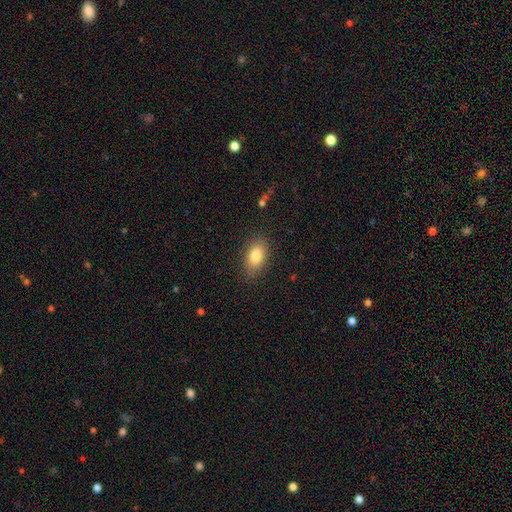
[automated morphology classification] This appears to be a smooth galaxy with no disk features (82%) that is in between round and cigar-shaped (89%). Merging: none (86%).